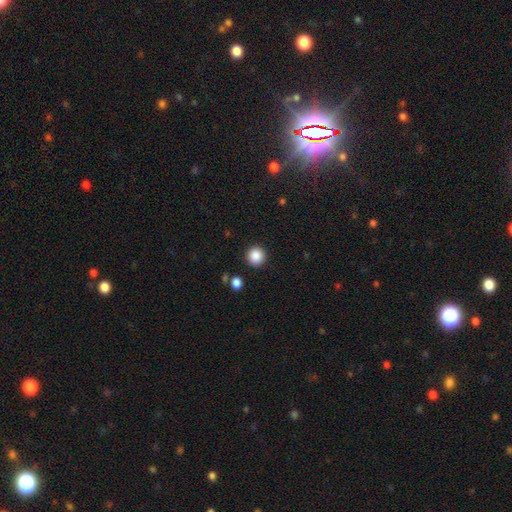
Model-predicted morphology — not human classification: A smooth galaxy with no disk features (87%) that is round (95%). Merging: none (91%).